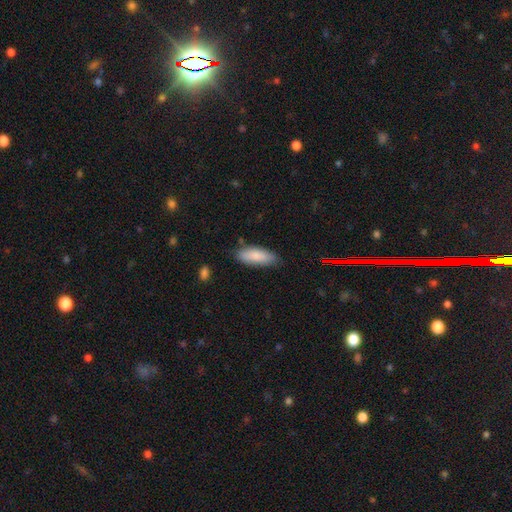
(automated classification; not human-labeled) Q: Smooth or featured?
A: smooth (83%); runner-up: featured or disk (10%)
Q: How rounded?
A: in between (72%); runner-up: cigar-shaped (26%)
Q: Merging?
A: none (77%); runner-up: minor disturbance (18%)